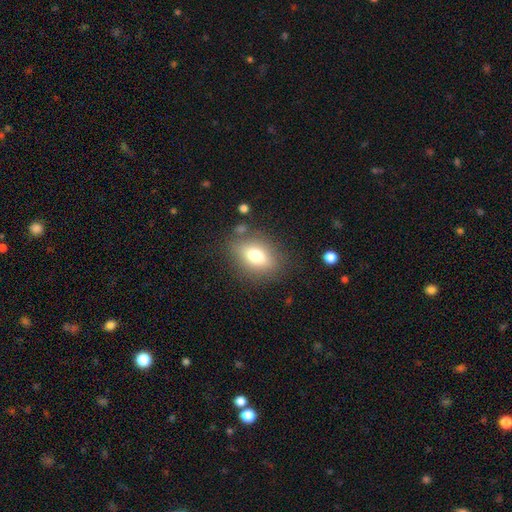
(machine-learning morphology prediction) A smooth galaxy with no disk features (74%) that is in between round and cigar-shaped (72%). Merging: none (78%).